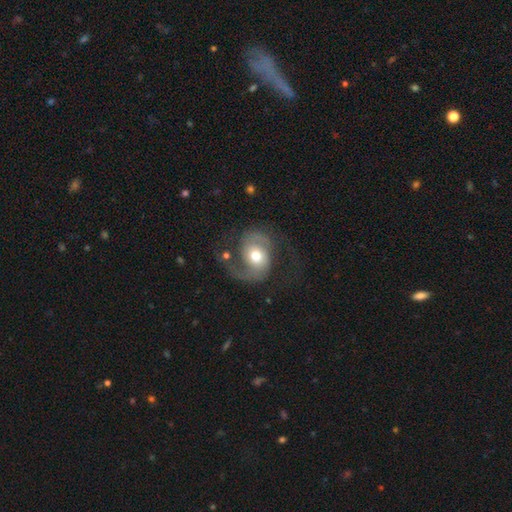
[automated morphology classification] A featured or disk galaxy (71%) with no bar (69%), 2 (68%) loose (48%) spiral arms (89%) and a moderate central bulge (70%). Merging: none (46%).